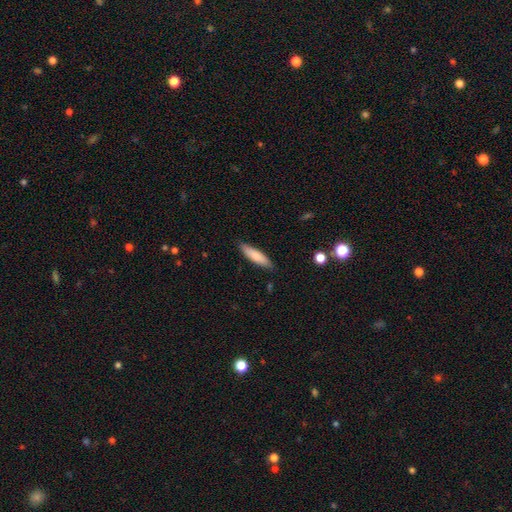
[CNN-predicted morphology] type=smooth (81%); roundness=cigar-shaped (65%); merging=none (85%).